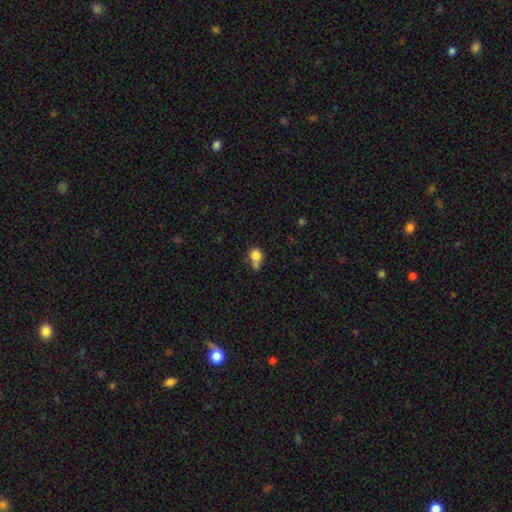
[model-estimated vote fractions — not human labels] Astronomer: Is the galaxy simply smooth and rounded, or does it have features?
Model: smooth — 80%.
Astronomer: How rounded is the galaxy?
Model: round — 74%.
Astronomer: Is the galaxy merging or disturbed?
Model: merger — 42% (runner-up: none, 37%).